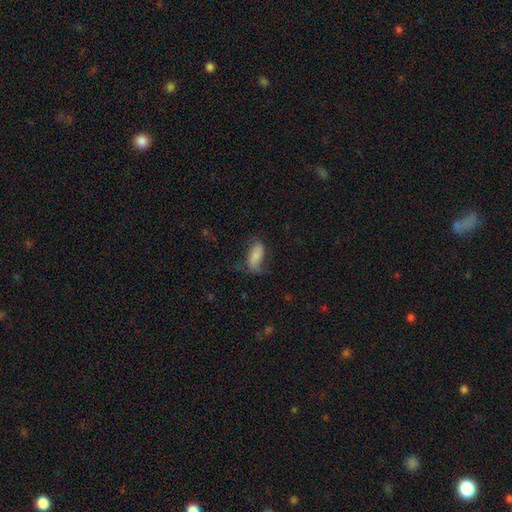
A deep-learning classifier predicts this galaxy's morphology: smooth-or-featured: smooth: 73% | featured or disk: 19% | star or artifact: 8%
  how-rounded: in between: 86% | cigar-shaped: 11% | round: 3%
  merging: none: 50% | minor disturbance: 29% | major disturbance: 19% | merger: 2%